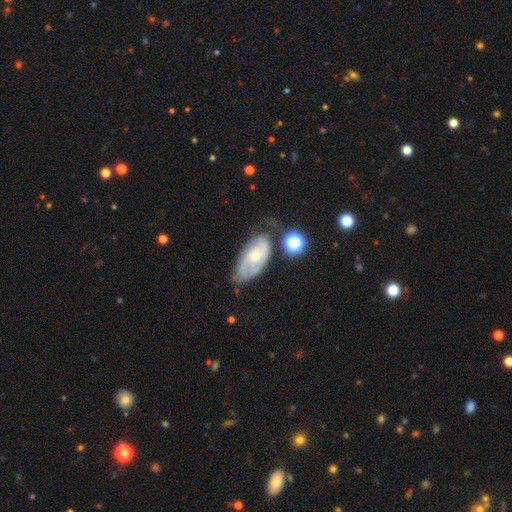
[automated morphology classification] Overall: featured or disk (65%; smooth 27%). Edge-on disk: no (93%). Bar: no (75%). Spiral arms: yes (80%). Bulge size: small (66%; moderate 30%). Merging: none (54%; minor disturbance 28%).